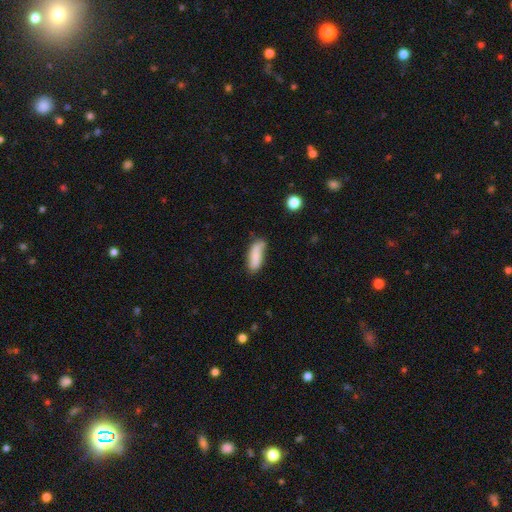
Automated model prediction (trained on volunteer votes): A smooth galaxy with no disk features (77%) that is in between round and cigar-shaped (59%).

Vote fractions:
- Smooth or featured? smooth: 77% / featured or disk: 16% / star or artifact: 7%
- How rounded? in between: 59% / cigar-shaped: 39% / round: 2%
- Merging? none: 55% / minor disturbance: 30% / major disturbance: 8% / merger: 7%